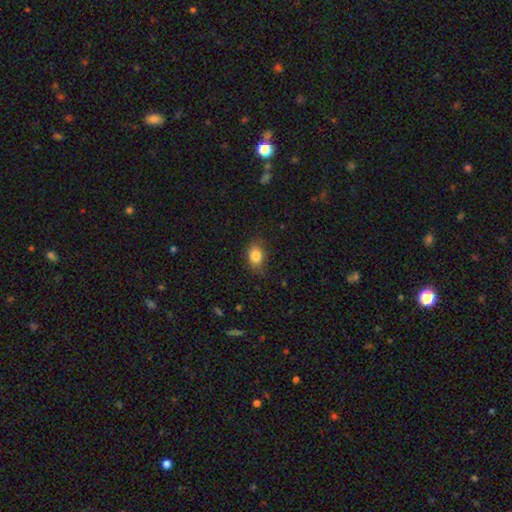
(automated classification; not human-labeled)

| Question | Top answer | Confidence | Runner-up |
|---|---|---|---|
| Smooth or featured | smooth | 84% | star or artifact (9%) |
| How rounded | in between | 73% | round (25%) |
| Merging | none | 75% | minor disturbance (20%) |